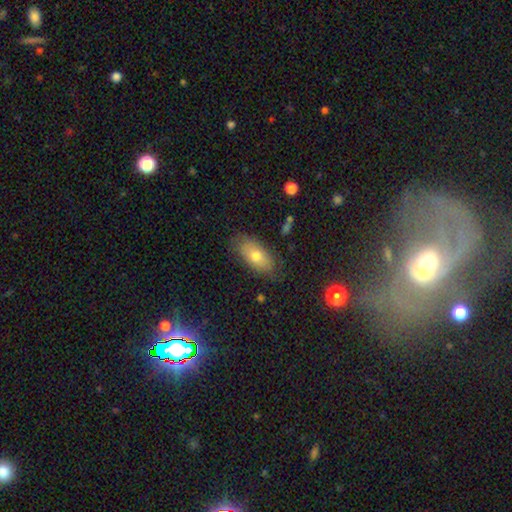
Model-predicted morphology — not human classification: Smooth or featured?
  - smooth: 67% *
  - featured or disk: 24%
  - star or artifact: 9%
How rounded?
  - in between: 90% *
  - cigar-shaped: 5%
  - round: 5%
Merging?
  - none: 78% *
  - minor disturbance: 16%
  - major disturbance: 4%
  - merger: 1%